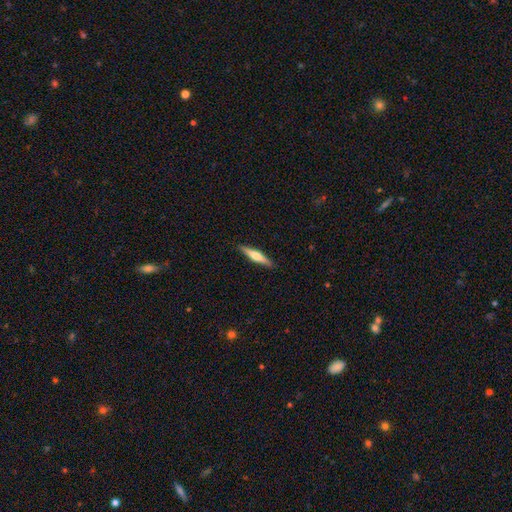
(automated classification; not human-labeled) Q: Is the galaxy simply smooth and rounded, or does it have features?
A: featured or disk — 48%.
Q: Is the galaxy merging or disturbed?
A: none — 90%.